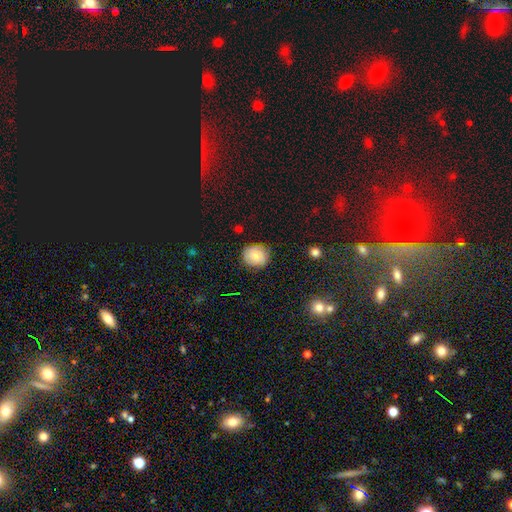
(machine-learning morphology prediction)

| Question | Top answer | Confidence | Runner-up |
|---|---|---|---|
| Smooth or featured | smooth | 66% | featured or disk (24%) |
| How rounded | round | 82% | in between (17%) |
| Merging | none | 80% | minor disturbance (16%) |